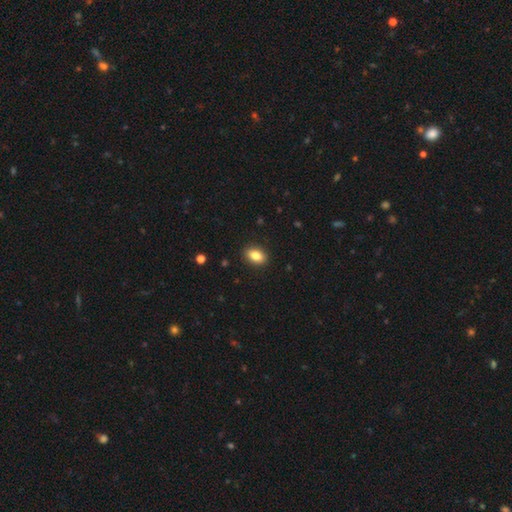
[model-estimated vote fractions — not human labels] Overall: smooth (84%). How rounded: in between (85%). Merging: none (89%).